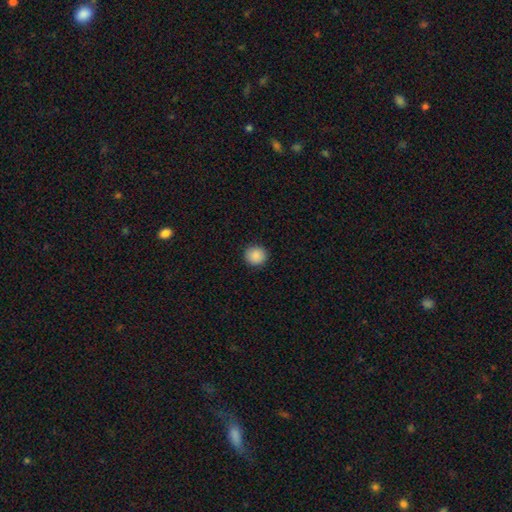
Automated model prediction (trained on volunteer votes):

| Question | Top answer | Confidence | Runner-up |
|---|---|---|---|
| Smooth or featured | smooth | 89% | star or artifact (8%) |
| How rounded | round | 92% | in between (7%) |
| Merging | none | 92% | minor disturbance (5%) |